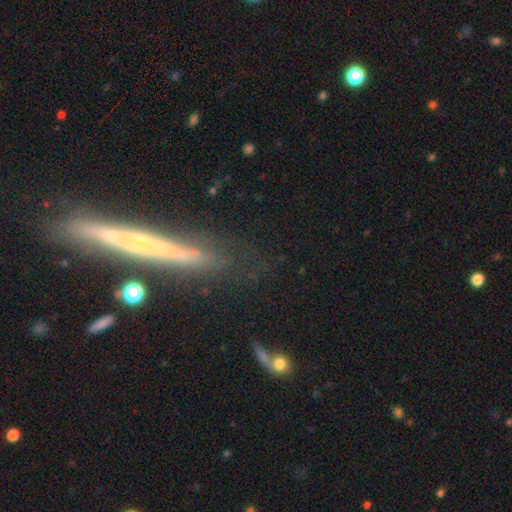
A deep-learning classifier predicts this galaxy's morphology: Smooth or featured? Predicted: featured or disk (p=0.63). Edge-on disk? Predicted: yes (p=0.89). Edge-on bulge? Predicted: none (p=0.63). Merging? Predicted: none (p=0.73).